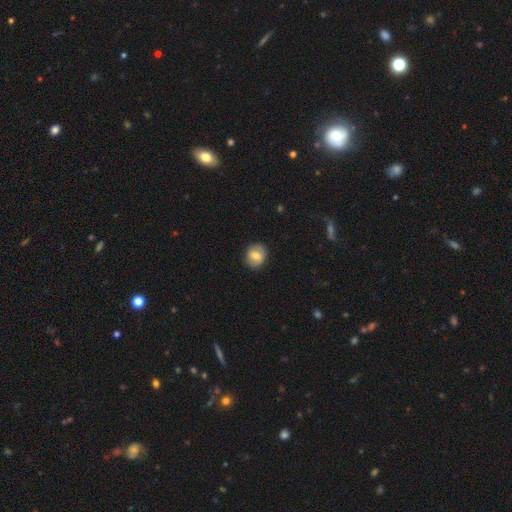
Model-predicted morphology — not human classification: smooth_or_featured: smooth (p=0.67) [alt: featured or disk p=0.25]
how_rounded: round (p=0.76) [alt: in between p=0.23]
merging: none (p=0.86) [alt: minor disturbance p=0.10]